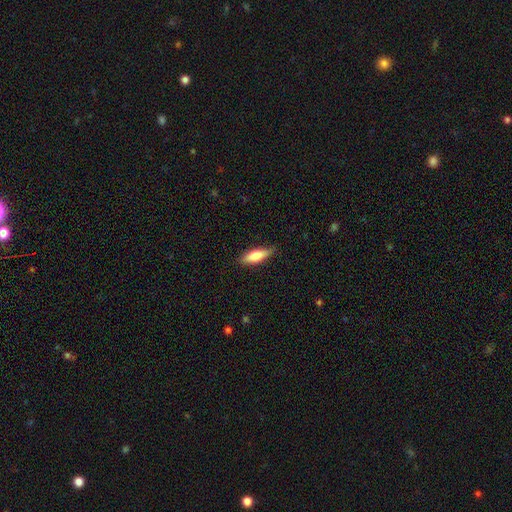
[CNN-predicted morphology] Smooth or featured? smooth (74%)
How rounded? in between (56%)
Merging? none (80%)